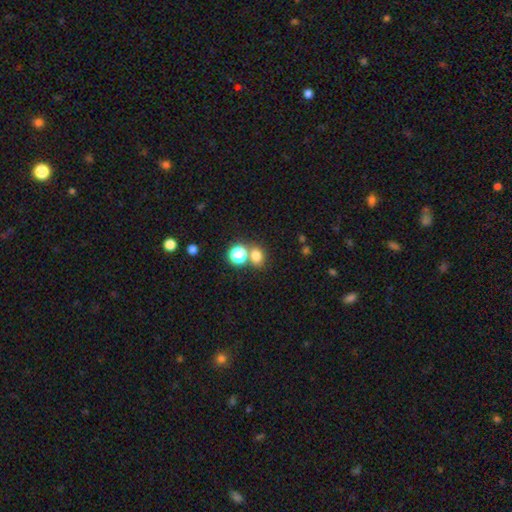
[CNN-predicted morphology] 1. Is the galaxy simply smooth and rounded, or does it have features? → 74% smooth, 19% star or artifact, 7% featured or disk.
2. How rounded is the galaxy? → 55% round, 44% in between, 1% cigar-shaped.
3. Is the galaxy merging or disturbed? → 63% none, 24% merger, 10% minor disturbance, 4% major disturbance.